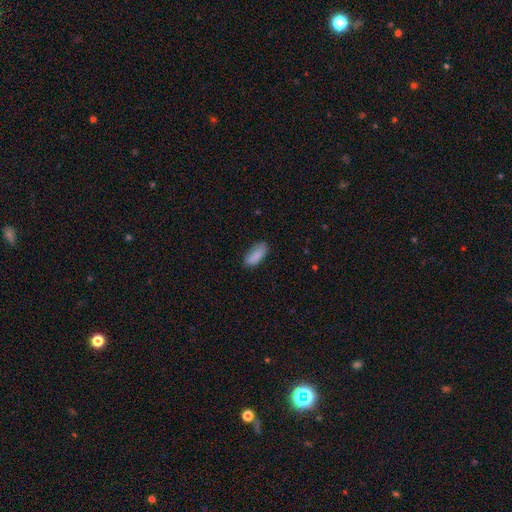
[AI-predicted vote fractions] A smooth galaxy with no disk features (88%) that is in between round and cigar-shaped (81%). Merging: none (78%).